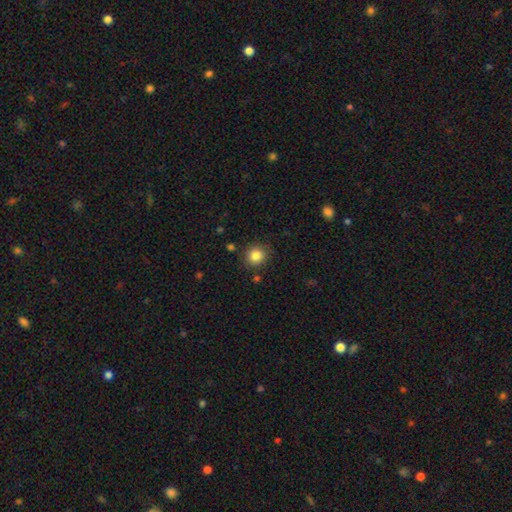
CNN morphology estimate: Smooth or featured?
  - smooth: 85% *
  - star or artifact: 10%
  - featured or disk: 5%
How rounded?
  - round: 86% *
  - in between: 13%
  - cigar-shaped: 1%
Merging?
  - none: 84% *
  - minor disturbance: 10%
  - major disturbance: 3%
  - merger: 3%